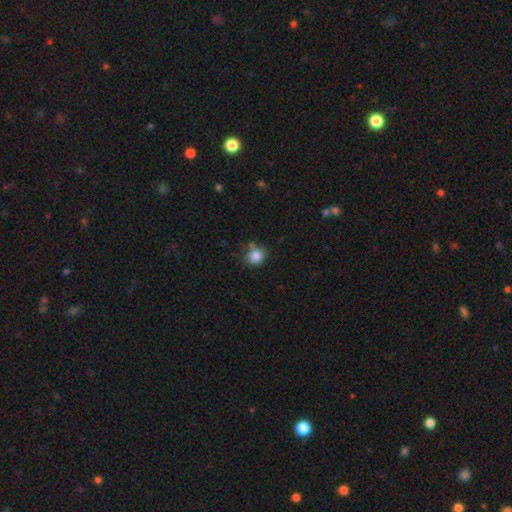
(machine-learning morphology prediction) This is clearly a smooth galaxy (84%). How rounded: likely round (77%). Merging: likely none (66%).